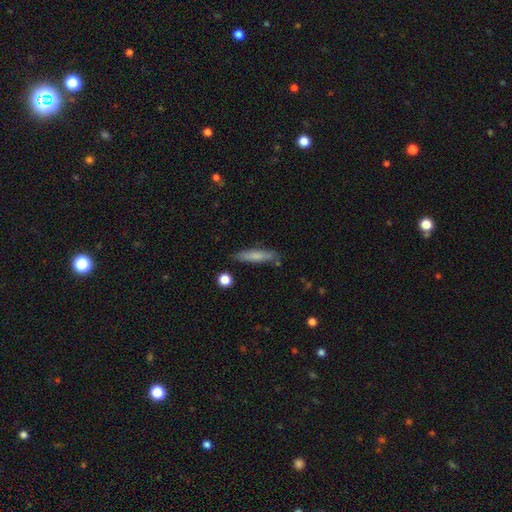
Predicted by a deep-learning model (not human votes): A smooth galaxy with no disk features (73%) that is cigar-shaped (84%). Merging: none (80%).